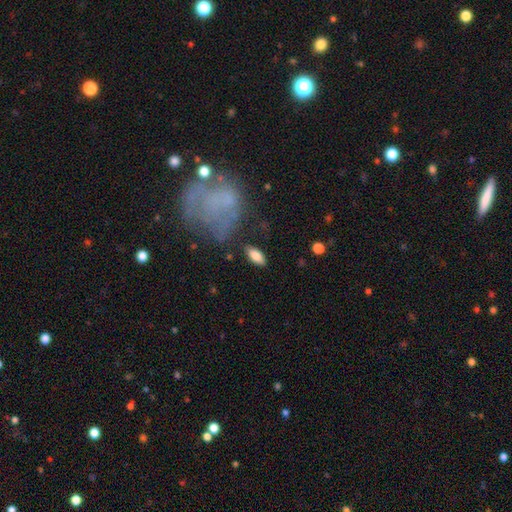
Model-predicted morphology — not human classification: A smooth galaxy with no disk features (81%) that is in between round and cigar-shaped (84%). Merging: none (83%).